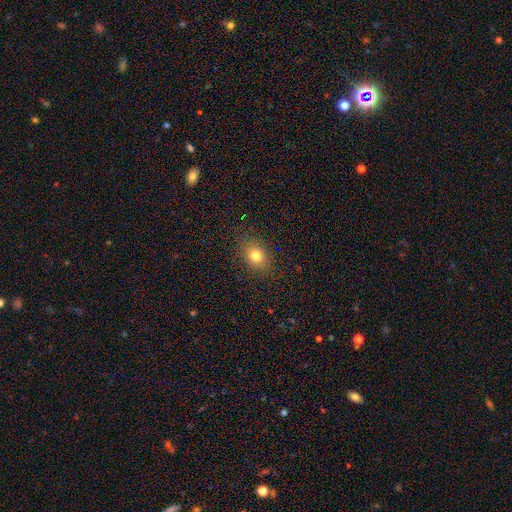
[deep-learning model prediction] Smooth or featured: smooth — 78% (star or artifact — 13%)
How rounded: in between — 52% (round — 46%)
Merging: none — 86% (minor disturbance — 10%)